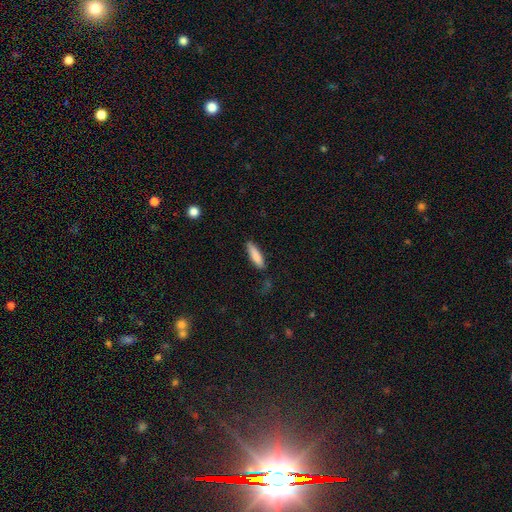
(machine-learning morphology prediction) Overall: smooth (84%). How rounded: cigar-shaped (71%). Merging: none (81%).